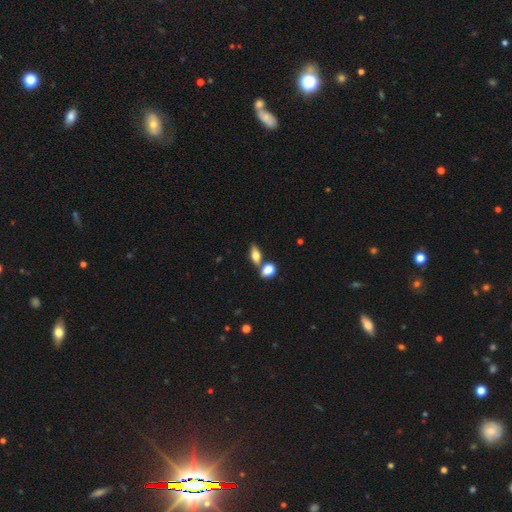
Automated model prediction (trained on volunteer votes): smooth 69%, featured or disk 21%, star or artifact 10%. Down the decision tree: how rounded — in between (77%); merging — none (66%).